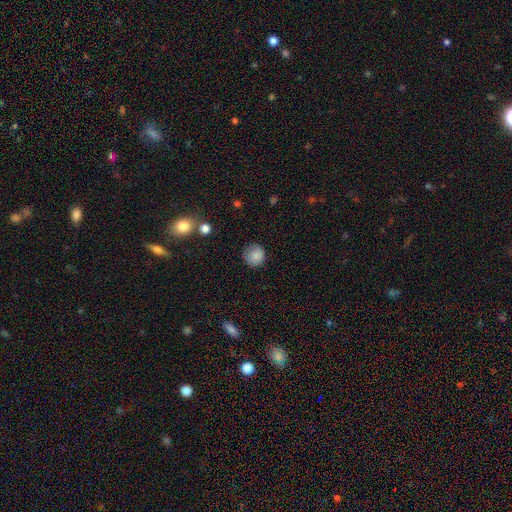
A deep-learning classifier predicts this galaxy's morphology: Smooth or featured? smooth (85%)
How rounded? round (91%)
Merging? none (82%)